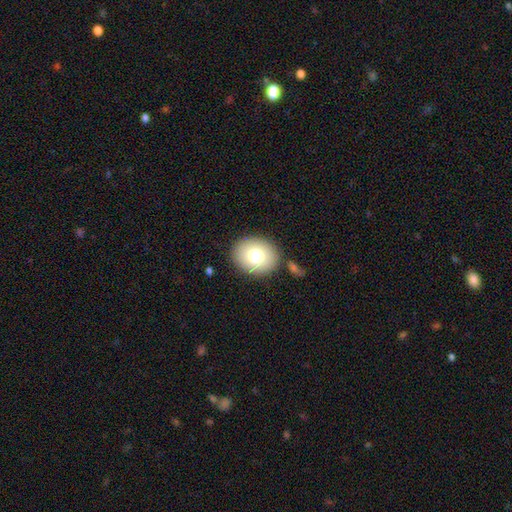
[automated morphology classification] A smooth galaxy with no disk features (76%) that is round (53%).

Vote fractions:
- Smooth or featured? smooth: 76% / featured or disk: 14% / star or artifact: 9%
- How rounded? round: 53% / in between: 46% / cigar-shaped: 1%
- Merging? none: 85% / minor disturbance: 9% / merger: 4% / major disturbance: 3%